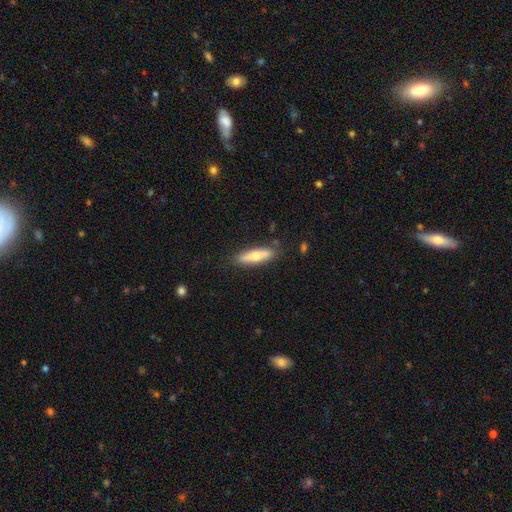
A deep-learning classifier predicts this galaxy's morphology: A smooth galaxy with no disk features (57%) that is cigar-shaped (66%). Merging: none (82%).